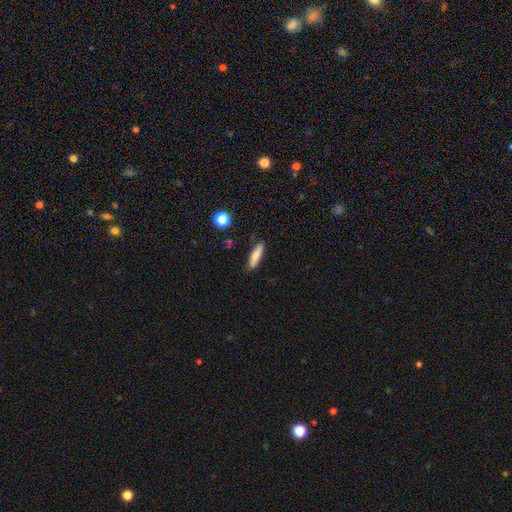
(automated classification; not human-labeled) The model was most divided on "how rounded": cigar-shaped: 73%, in between: 25%, round: 2%. More confident: merging — none (84%); smooth or featured — smooth (77%).